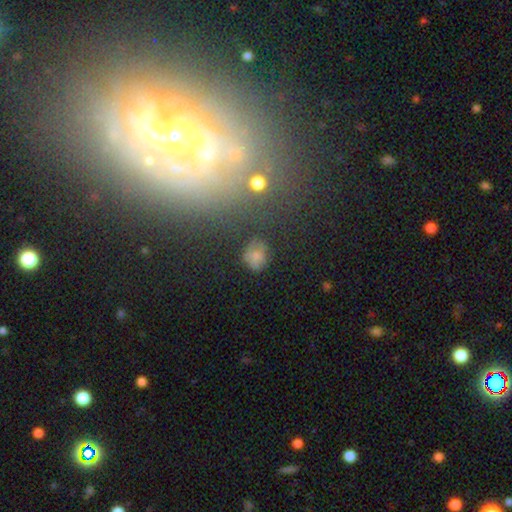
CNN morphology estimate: A smooth galaxy with no disk features (66%) that is round (62%). Merging: none (64%).